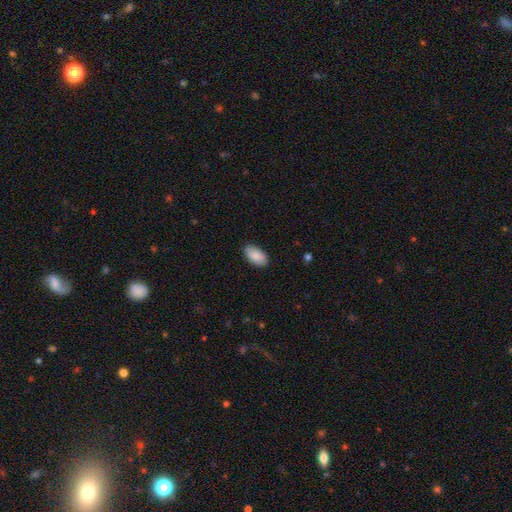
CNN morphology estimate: Q: Smooth or featured?
A: smooth (88%); runner-up: star or artifact (6%)
Q: How rounded?
A: in between (96%); runner-up: round (2%)
Q: Merging?
A: none (88%); runner-up: minor disturbance (9%)